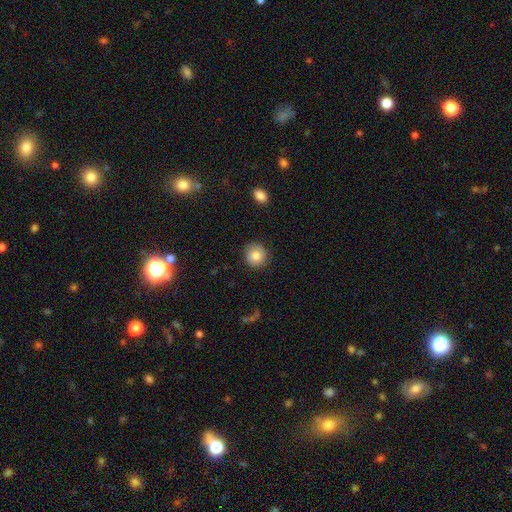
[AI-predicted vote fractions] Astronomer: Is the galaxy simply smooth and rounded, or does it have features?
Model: smooth — 82%.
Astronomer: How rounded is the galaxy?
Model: round — 89%.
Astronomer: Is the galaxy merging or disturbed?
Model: none — 87%.